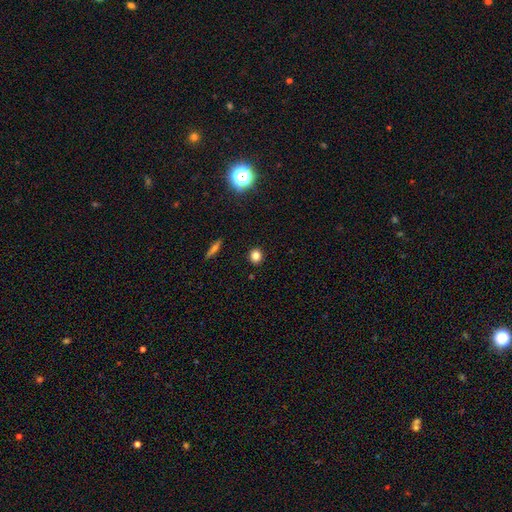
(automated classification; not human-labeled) Overall: smooth (80%). How rounded: round (83%). Merging: none (91%).